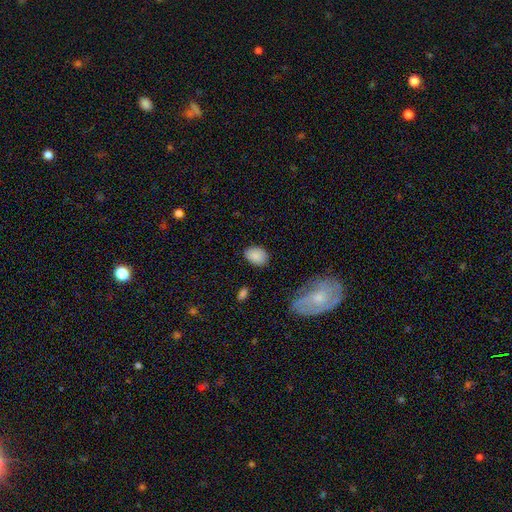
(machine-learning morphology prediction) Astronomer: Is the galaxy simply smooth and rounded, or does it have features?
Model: smooth — 86%.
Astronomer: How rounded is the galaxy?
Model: in between — 82%.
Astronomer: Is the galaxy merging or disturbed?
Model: none — 81%.